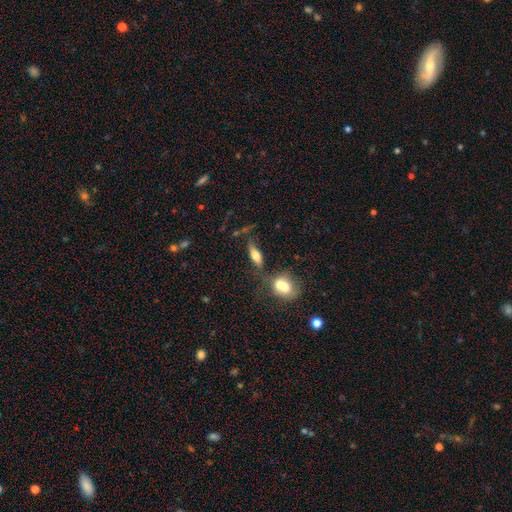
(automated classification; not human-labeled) Smooth or featured?
  - smooth: 63% *
  - featured or disk: 27%
  - star or artifact: 10%
How rounded?
  - in between: 60% *
  - cigar-shaped: 35%
  - round: 4%
Merging?
  - none: 56% *
  - merger: 18%
  - minor disturbance: 17%
  - major disturbance: 9%